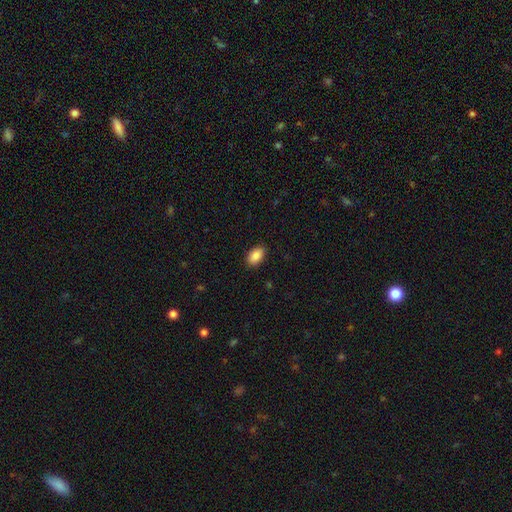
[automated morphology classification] Overall: smooth (89%). How rounded: in between (93%). Merging: none (89%).